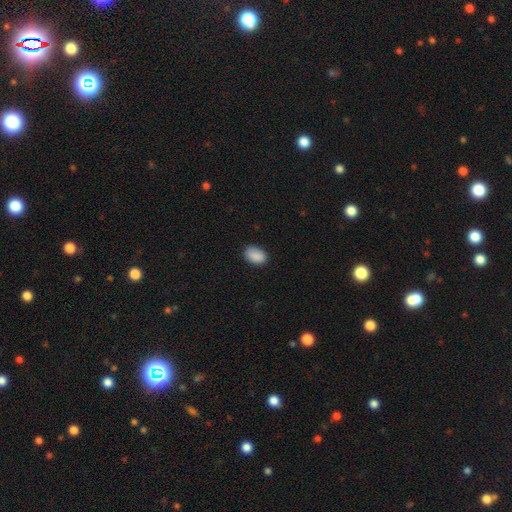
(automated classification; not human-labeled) Overall: smooth (90%). How rounded: in between (87%). Merging: none (83%).